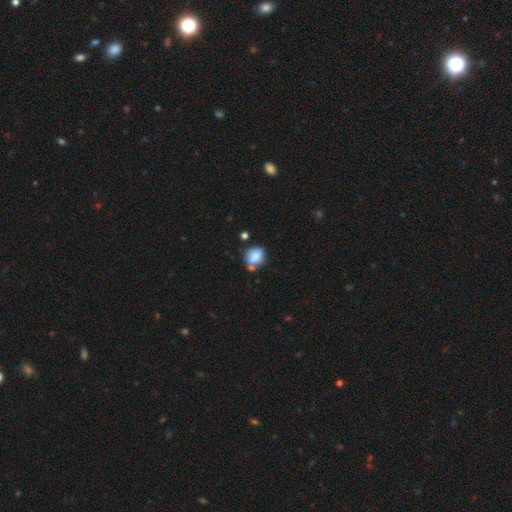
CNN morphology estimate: The model was most divided on "how rounded": round: 57%, in between: 42%, cigar-shaped: 1%. More confident: smooth or featured — smooth (81%); merging — none (53%).